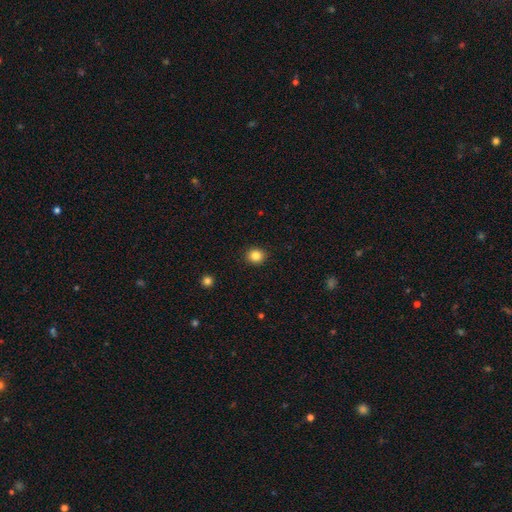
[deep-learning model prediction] A smooth galaxy with no disk features (84%) that is round (83%). Merging: none (92%).